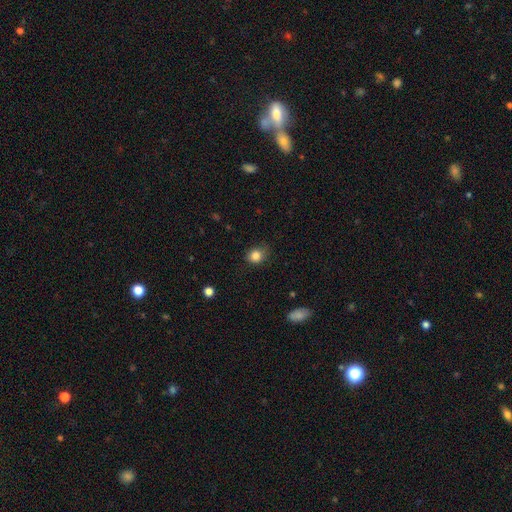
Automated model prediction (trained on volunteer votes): This is clearly a smooth galaxy (84%). How rounded: likely round (68%). Merging: likely none (74%).